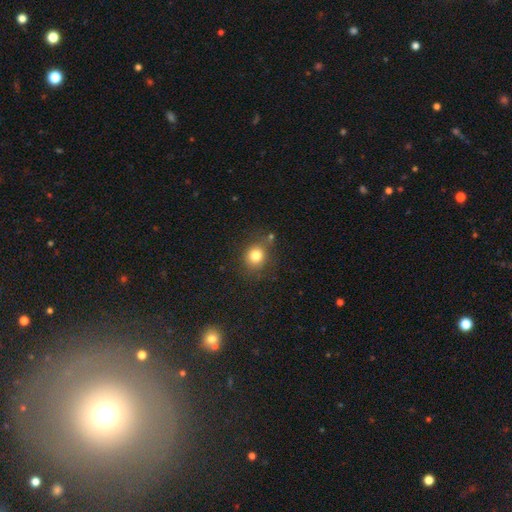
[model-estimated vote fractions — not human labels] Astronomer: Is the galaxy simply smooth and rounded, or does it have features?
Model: smooth — 80%.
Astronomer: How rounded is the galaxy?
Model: round — 76%.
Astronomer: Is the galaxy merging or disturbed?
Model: none — 73%.